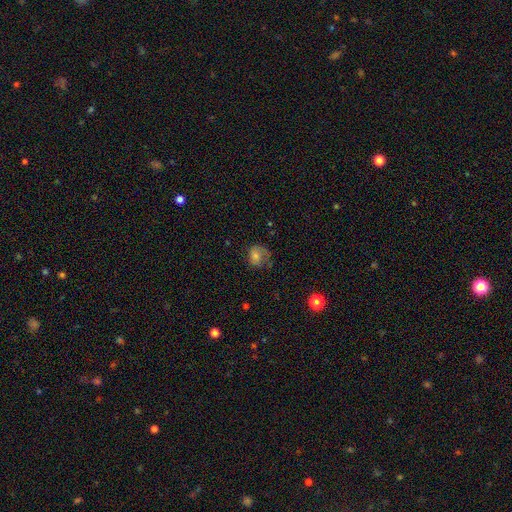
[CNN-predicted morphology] type=smooth (54%); roundness=round (60%); merging=none (49%).